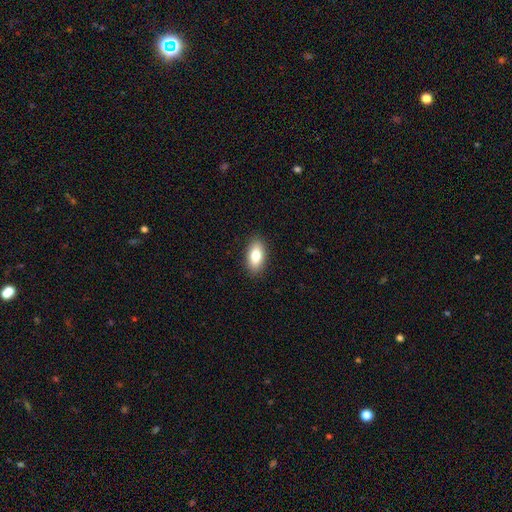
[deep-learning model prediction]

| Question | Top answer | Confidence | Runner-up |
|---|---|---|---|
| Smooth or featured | smooth | 81% | featured or disk (12%) |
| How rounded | in between | 90% | cigar-shaped (5%) |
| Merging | none | 90% | minor disturbance (8%) |